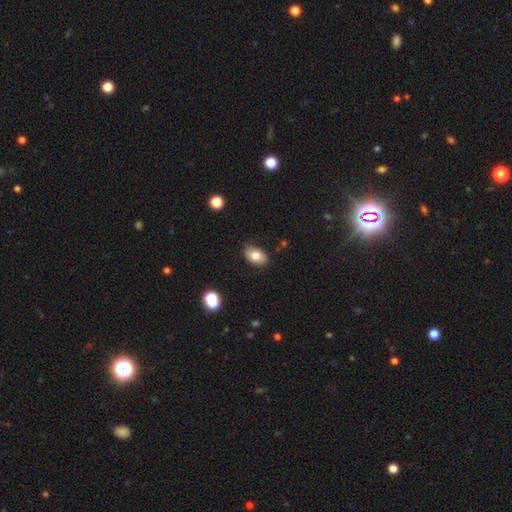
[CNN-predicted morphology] A smooth galaxy with no disk features (78%) that is in between round and cigar-shaped (89%). Merging: none (84%).